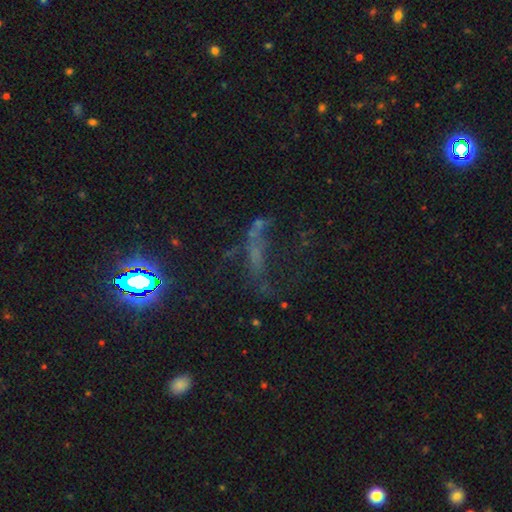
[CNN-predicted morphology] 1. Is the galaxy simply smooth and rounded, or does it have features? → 35% star or artifact, 33% featured or disk, 32% smooth.